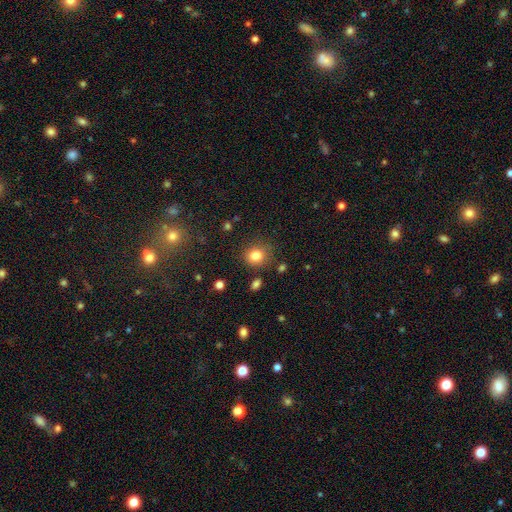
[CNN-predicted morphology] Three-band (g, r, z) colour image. It shows a smooth galaxy with no disk features (82%) that is round (80%). Merging: none (80%).